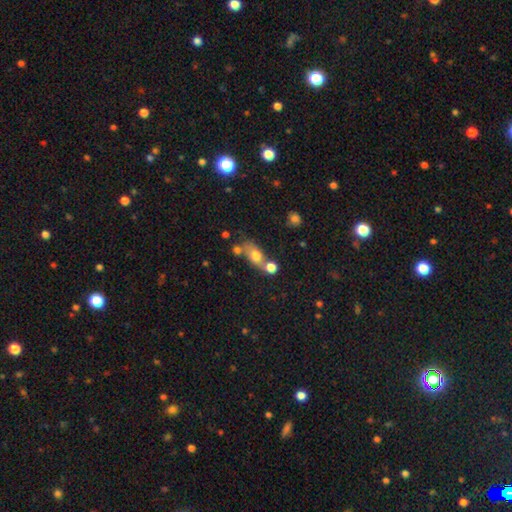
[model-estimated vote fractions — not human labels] A smooth galaxy with no disk features (68%) that is in between round and cigar-shaped (66%).

Vote fractions:
- Smooth or featured? smooth: 68% / featured or disk: 21% / star or artifact: 11%
- How rounded? in between: 66% / round: 26% / cigar-shaped: 8%
- Merging? none: 43% / merger: 35% / minor disturbance: 14% / major disturbance: 7%